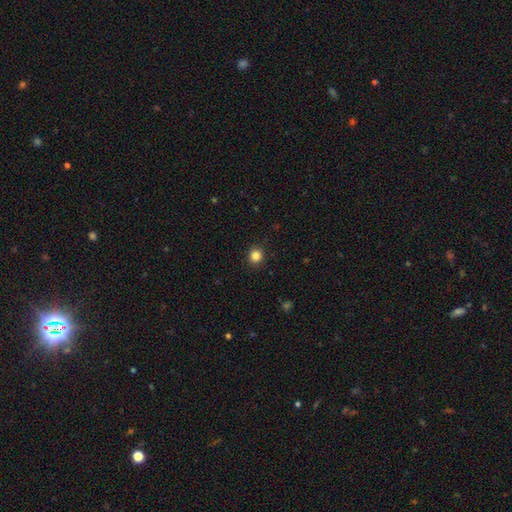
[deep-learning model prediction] Smooth or featured? Predicted: smooth (p=0.84). How rounded? Predicted: round (p=0.88). Merging? Predicted: none (p=0.92).